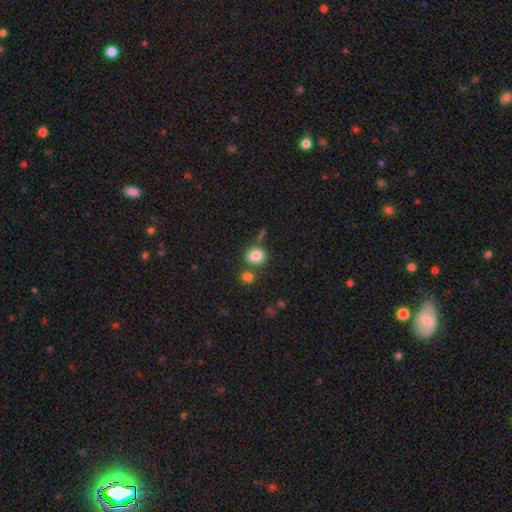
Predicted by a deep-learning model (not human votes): smooth 83%, star or artifact 10%, featured or disk 7%. Down the decision tree: how rounded — round (59%); merging — none (63%).